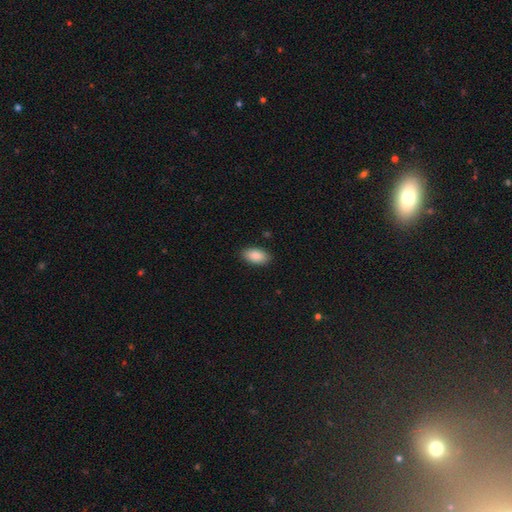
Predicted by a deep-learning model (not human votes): This appears to be a smooth galaxy with no disk features (89%) that is in between round and cigar-shaped (94%). Merging: none (88%).